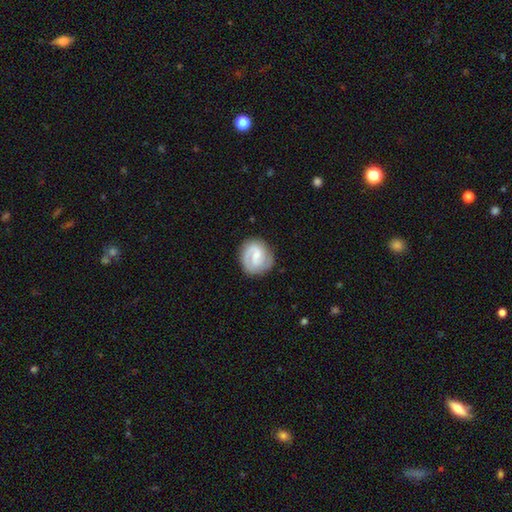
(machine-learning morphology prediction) Smooth or featured? Predicted: featured or disk (p=0.72). Edge-on disk? Predicted: no (p=0.98). Bar? Predicted: weak (p=0.54). Spiral arms? Predicted: yes (p=0.93). Spiral winding? Predicted: tight (p=0.43, tied with medium). Spiral arm count? Predicted: 2 (p=0.67). Bulge size? Predicted: small (p=0.53). Merging? Predicted: none (p=0.78).